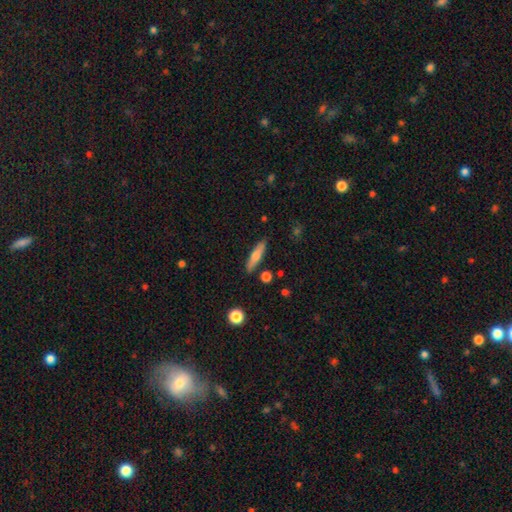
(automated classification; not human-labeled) smooth 64%, featured or disk 29%, star or artifact 7%. Down the decision tree: how rounded — cigar-shaped (77%); merging — none (86%).